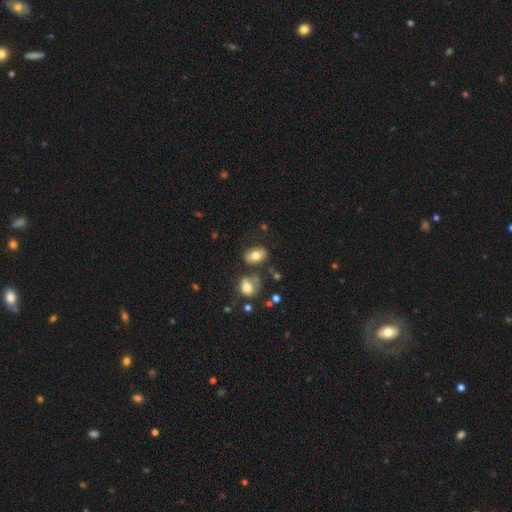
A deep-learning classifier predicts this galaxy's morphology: smooth-or-featured: smooth: 76% | featured or disk: 16% | star or artifact: 9%
  how-rounded: in between: 82% | round: 17% | cigar-shaped: 1%
  merging: none: 67% | minor disturbance: 16% | merger: 11% | major disturbance: 6%